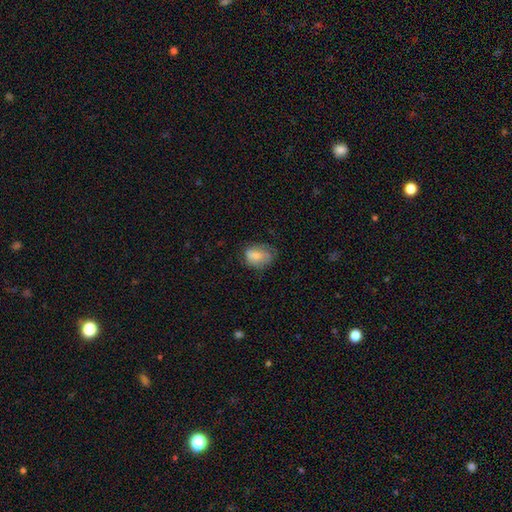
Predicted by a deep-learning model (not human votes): smooth 73%, featured or disk 19%, star or artifact 8%. Down the decision tree: how rounded — in between (66%); merging — none (49%).